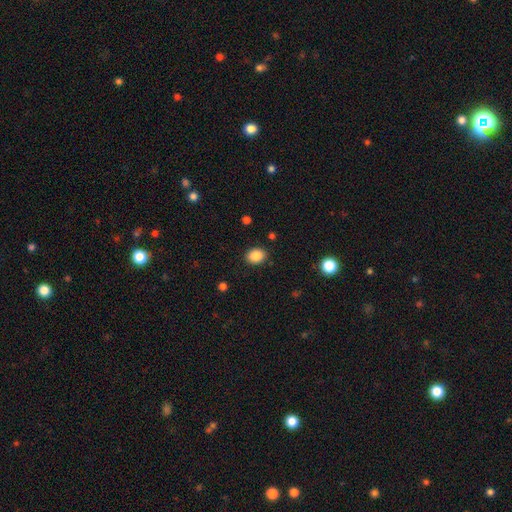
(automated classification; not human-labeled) A smooth galaxy with no disk features (87%) that is in between round and cigar-shaped (55%).

Vote fractions:
- Smooth or featured? smooth: 87% / star or artifact: 9% / featured or disk: 4%
- How rounded? in between: 55% / round: 45% / cigar-shaped: 1%
- Merging? none: 88% / minor disturbance: 8% / major disturbance: 2% / merger: 1%